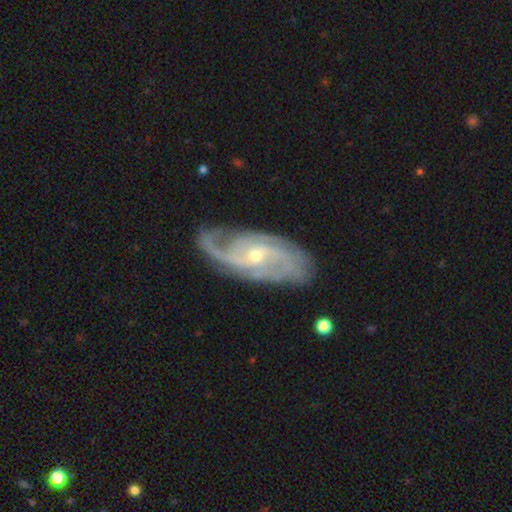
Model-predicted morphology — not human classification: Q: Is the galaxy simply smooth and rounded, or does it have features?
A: featured or disk — 90%.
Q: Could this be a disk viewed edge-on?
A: no — 95%.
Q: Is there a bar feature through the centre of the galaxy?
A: no — 50%.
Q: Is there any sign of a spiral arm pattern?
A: yes — 97%.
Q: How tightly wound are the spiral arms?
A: medium — 46%.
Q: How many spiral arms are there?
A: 2 — 43%.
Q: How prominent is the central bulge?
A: small — 66%.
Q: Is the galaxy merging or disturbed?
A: none — 75%.